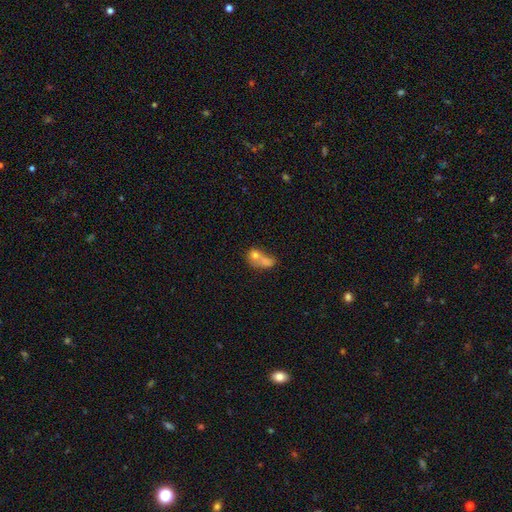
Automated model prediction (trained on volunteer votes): The model was most divided on "how rounded": in between: 56%, round: 39%, cigar-shaped: 5%. More confident: smooth or featured — smooth (65%); merging — merger (64%).